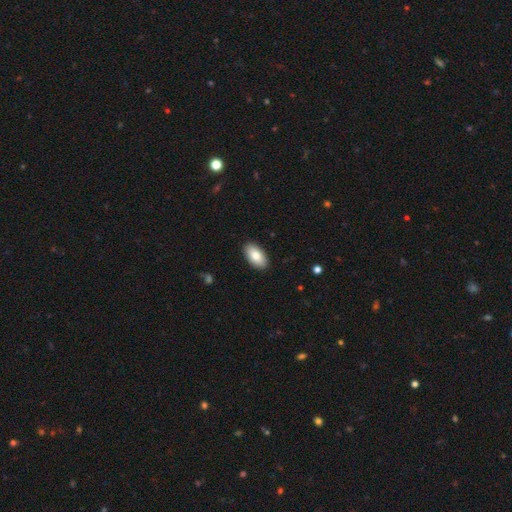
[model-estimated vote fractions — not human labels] Smooth or featured? smooth (83%)
How rounded? in between (95%)
Merging? none (90%)